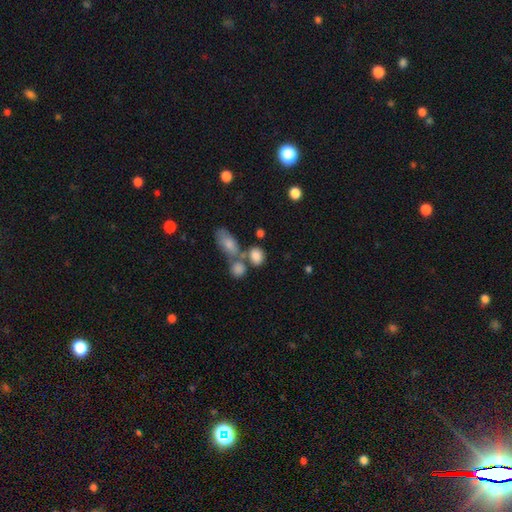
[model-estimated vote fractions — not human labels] Overall: smooth (82%). How rounded: in between (64%; round 33%). Merging: none (44%; merger 38%).